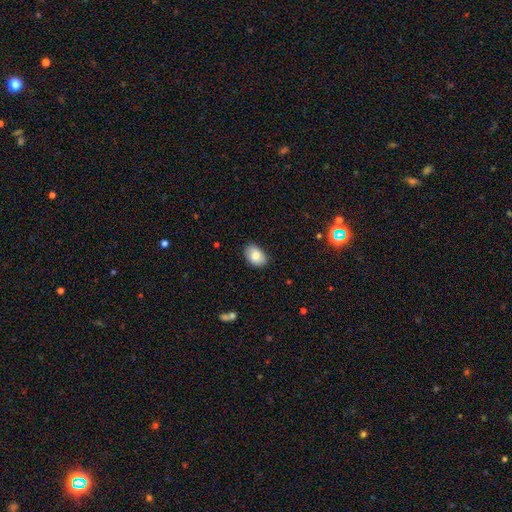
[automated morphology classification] smooth-or-featured: smooth: 79% | featured or disk: 13% | star or artifact: 8%
  how-rounded: in between: 83% | round: 16% | cigar-shaped: 1%
  merging: none: 74% | minor disturbance: 21% | major disturbance: 3% | merger: 1%